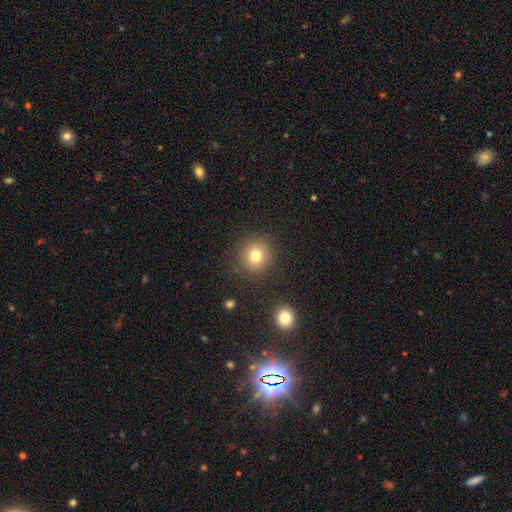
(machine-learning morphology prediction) Smooth or featured? Predicted: smooth (p=0.79). How rounded? Predicted: round (p=0.91). Merging? Predicted: none (p=0.87).